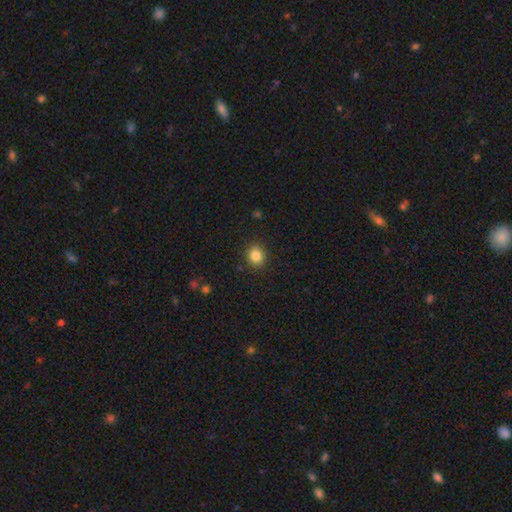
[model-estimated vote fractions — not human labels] smooth_or_featured: smooth (p=0.85) [alt: star or artifact p=0.10]
how_rounded: round (p=0.74) [alt: in between p=0.25]
merging: none (p=0.89) [alt: minor disturbance p=0.08]